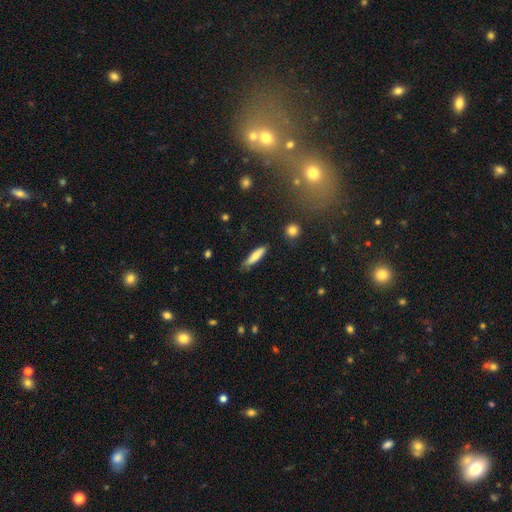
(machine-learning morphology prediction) The model was most divided on "smooth or featured": smooth: 71%, featured or disk: 22%, star or artifact: 6%. More confident: merging — none (81%); how rounded — cigar-shaped (77%).